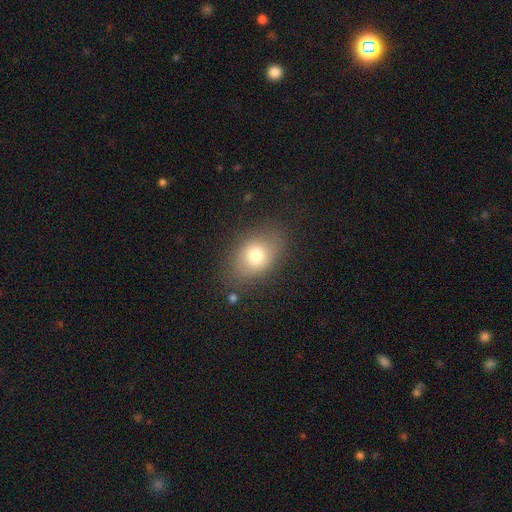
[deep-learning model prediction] smooth-or-featured: smooth: 75% | featured or disk: 15% | star or artifact: 10%
  how-rounded: in between: 76% | round: 22% | cigar-shaped: 1%
  merging: none: 76% | minor disturbance: 17% | major disturbance: 6% | merger: 2%